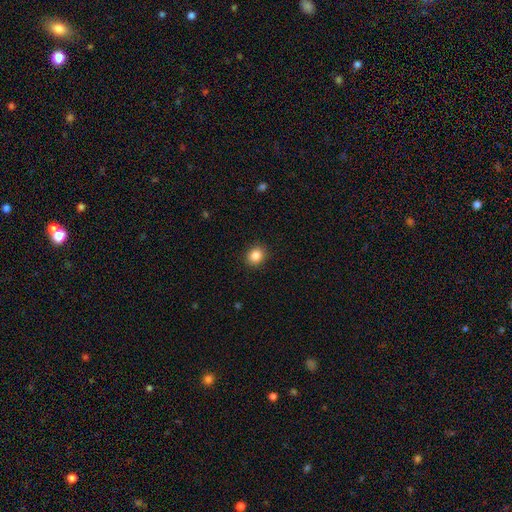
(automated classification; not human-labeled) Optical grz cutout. It shows a smooth galaxy with no disk features (86%) that is round (70%). Merging: none (90%).